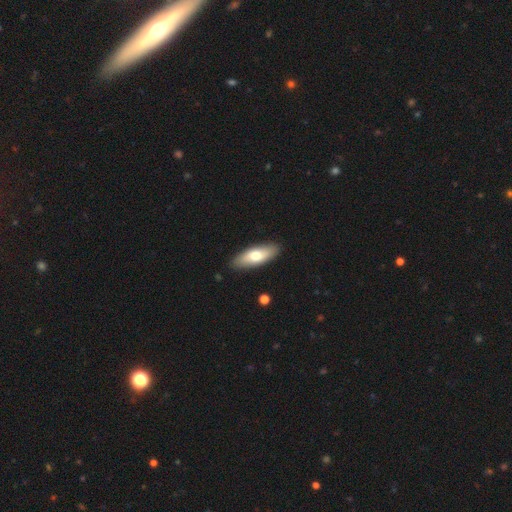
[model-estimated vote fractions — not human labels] smooth_or_featured: smooth (p=0.68) [alt: featured or disk p=0.26]
how_rounded: in between (p=0.68) [alt: cigar-shaped p=0.29]
merging: none (p=0.89) [alt: minor disturbance p=0.09]